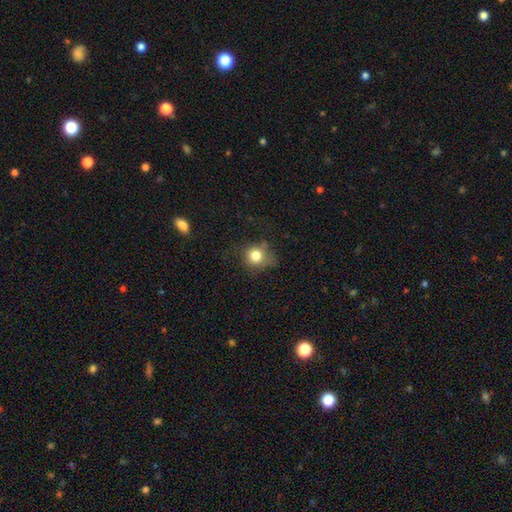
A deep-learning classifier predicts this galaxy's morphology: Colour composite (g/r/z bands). It shows a smooth galaxy with no disk features (79%) that is round (81%). Merging: none (59%).